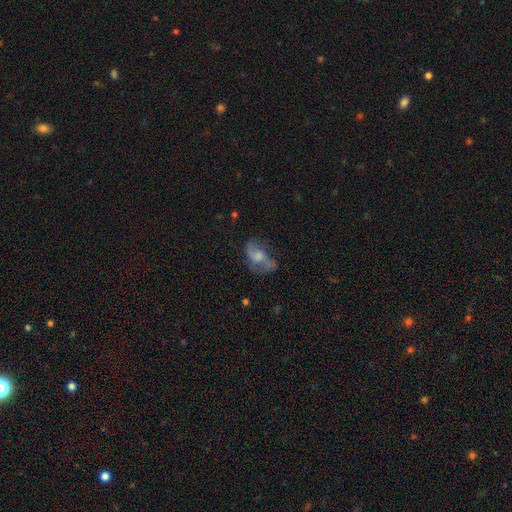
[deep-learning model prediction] A featured or disk galaxy (64%) with no bar (58%), 2 (78%) loose (59%) spiral arms (82%) and a moderate central bulge (46%).

Vote fractions:
- Smooth or featured? featured or disk: 64% / smooth: 23% / star or artifact: 12%
- Edge-on disk? no: 94% / yes: 6%
- Bar? no: 58% / weak: 34% / strong: 8%
- Spiral arms? yes: 82% / no: 18%
- Spiral winding? loose: 59% / medium: 31% / tight: 10%
- Spiral arm count? 2: 78% / can't tell: 11% / 1: 5% / 3: 3% / 4: 2% / more than 4: 1%
- Bulge size? moderate: 46% / small: 29% / large: 12% / none: 11% / dominant: 2%
- Merging? none: 60% / minor disturbance: 21% / major disturbance: 16% / merger: 3%